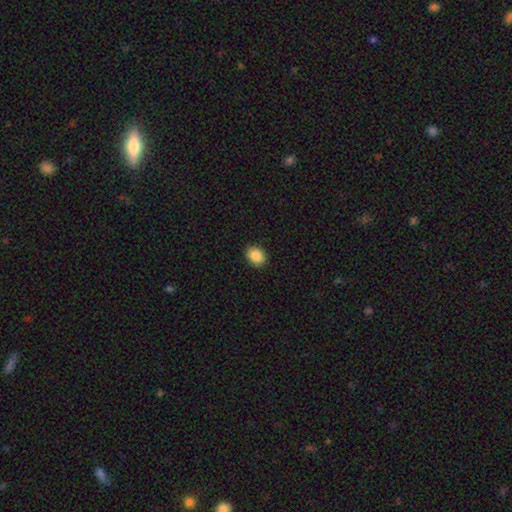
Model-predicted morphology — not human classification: Smooth or featured: smooth — 88% (star or artifact — 8%)
How rounded: in between — 61% (round — 38%)
Merging: none — 90% (minor disturbance — 7%)